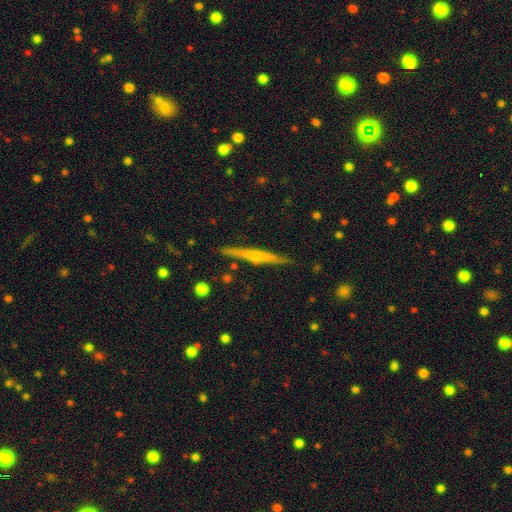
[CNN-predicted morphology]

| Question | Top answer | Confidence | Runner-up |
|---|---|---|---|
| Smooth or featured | featured or disk | 75% | smooth (17%) |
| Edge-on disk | yes | 98% | no (2%) |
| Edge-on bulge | rounded | 75% | none (16%) |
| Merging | none | 90% | minor disturbance (7%) |